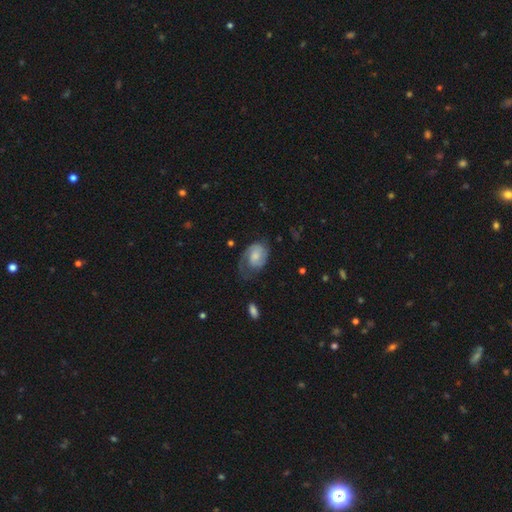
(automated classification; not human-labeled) The model was most divided on "spiral winding": tight: 41%, medium: 40%, loose: 19%. Remaining: edge-on disk — no (97%); spiral arms — yes (91%); smooth or featured — featured or disk (67%); bar — no (59%); spiral arm count — 2 (53%); merging — none (48%); bulge size — moderate (41%).